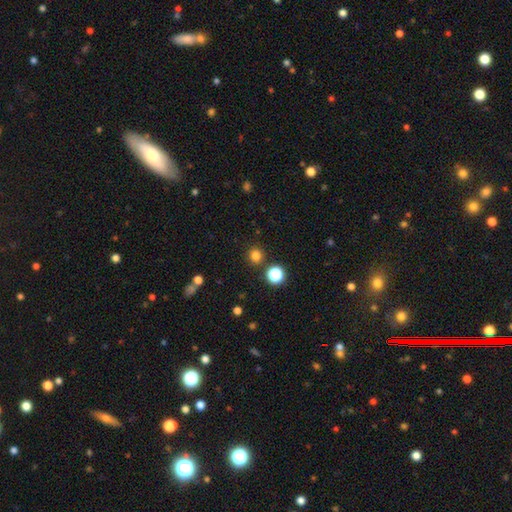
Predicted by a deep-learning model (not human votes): smooth_or_featured: smooth (p=0.80) [alt: star or artifact p=0.16]
how_rounded: round (p=0.92) [alt: in between p=0.07]
merging: none (p=0.89) [alt: minor disturbance p=0.06]